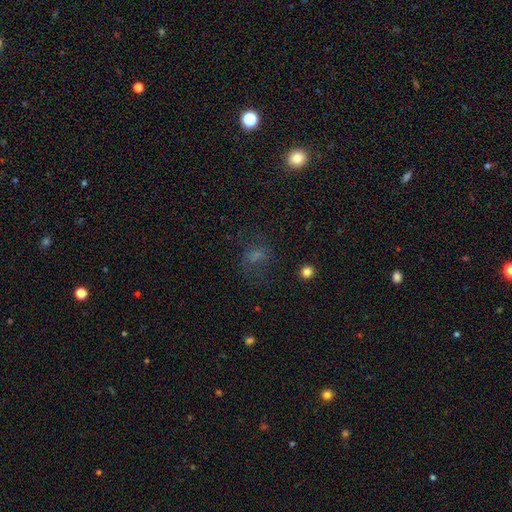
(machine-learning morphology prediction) smooth-or-featured: smooth: 55% | star or artifact: 26% | featured or disk: 19%
  how-rounded: in between: 56% | round: 42% | cigar-shaped: 3%
  merging: none: 55% | major disturbance: 23% | minor disturbance: 19% | merger: 3%